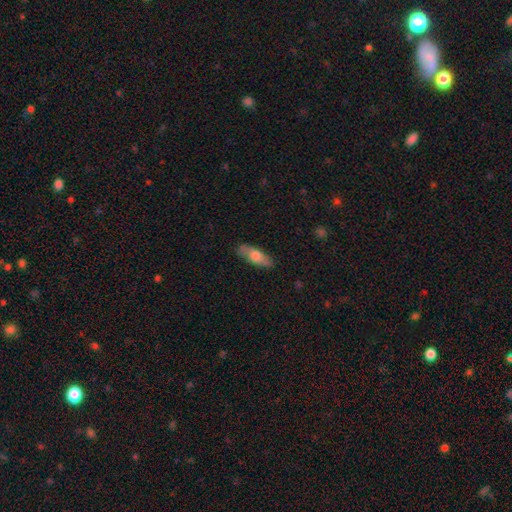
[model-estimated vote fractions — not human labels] The model was most divided on "how rounded": in between: 62%, cigar-shaped: 36%, round: 3%. More confident: merging — none (81%); smooth or featured — smooth (67%).